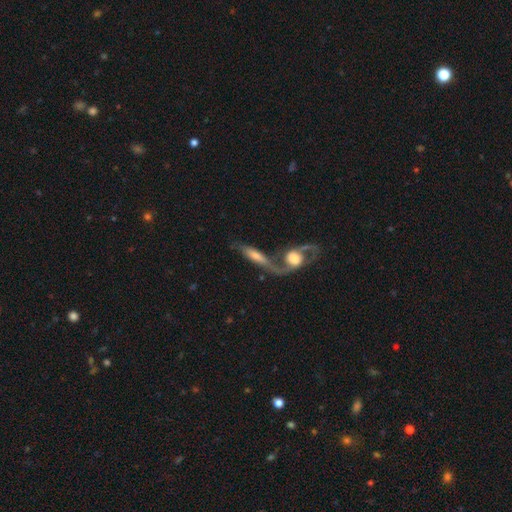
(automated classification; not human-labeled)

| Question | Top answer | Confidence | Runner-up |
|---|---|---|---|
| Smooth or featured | featured or disk | 60% | smooth (33%) |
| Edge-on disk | no | 65% | yes (35%) |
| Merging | merger | 58% | none (24%) |